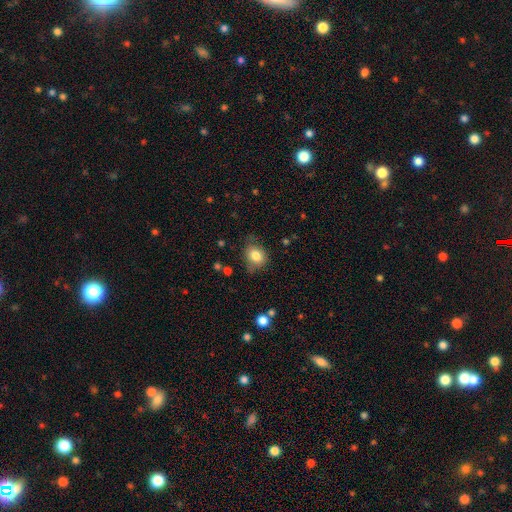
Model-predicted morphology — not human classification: This appears to be a smooth galaxy with no disk features (81%) that is round (54%). Merging: none (67%).